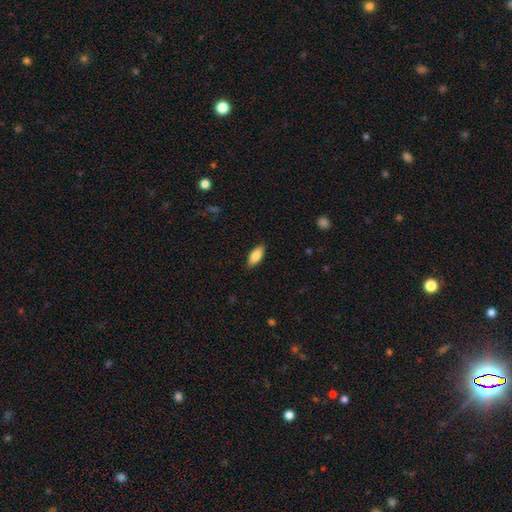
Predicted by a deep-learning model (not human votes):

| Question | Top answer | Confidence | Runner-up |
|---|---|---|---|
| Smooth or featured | smooth | 84% | featured or disk (9%) |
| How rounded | in between | 84% | cigar-shaped (14%) |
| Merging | none | 88% | minor disturbance (9%) |